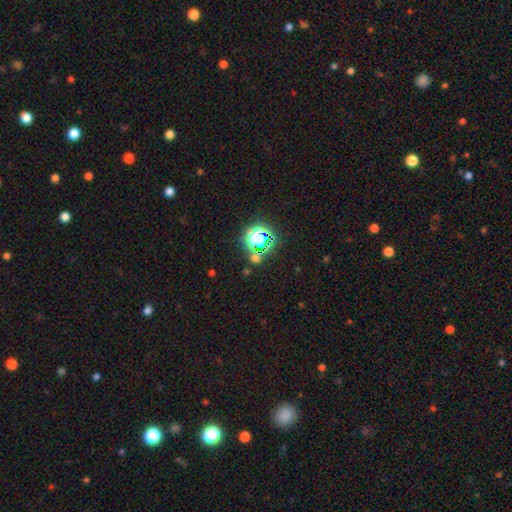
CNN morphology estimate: This appears to be a star or artifact, not a galaxy (68%).